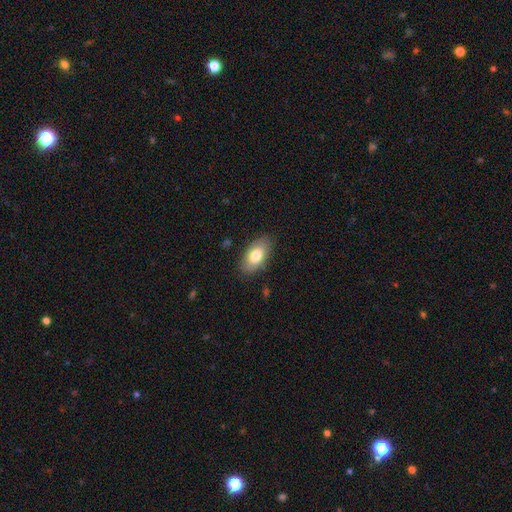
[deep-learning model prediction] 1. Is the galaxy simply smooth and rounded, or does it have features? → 78% smooth, 16% featured or disk, 6% star or artifact.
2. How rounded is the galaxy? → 93% in between, 4% round, 3% cigar-shaped.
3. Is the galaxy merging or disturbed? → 84% none, 12% minor disturbance, 3% major disturbance, 1% merger.